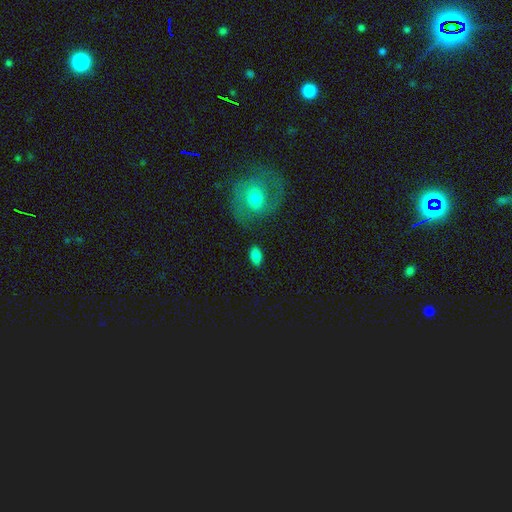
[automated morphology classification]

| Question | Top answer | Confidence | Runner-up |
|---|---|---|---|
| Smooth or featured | smooth | 85% | star or artifact (8%) |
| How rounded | in between | 91% | round (7%) |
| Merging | none | 84% | minor disturbance (10%) |